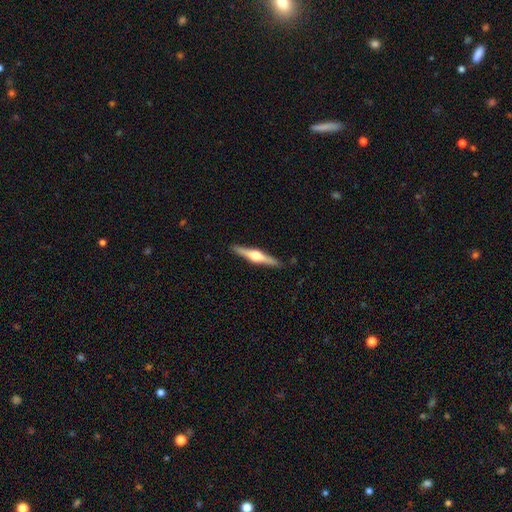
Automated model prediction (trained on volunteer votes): Smooth or featured: featured or disk — 76% (smooth — 19%)
Edge-on disk: yes — 98% (no — 2%)
Edge-on bulge: rounded — 94% (boxy — 4%)
Merging: none — 90% (minor disturbance — 7%)